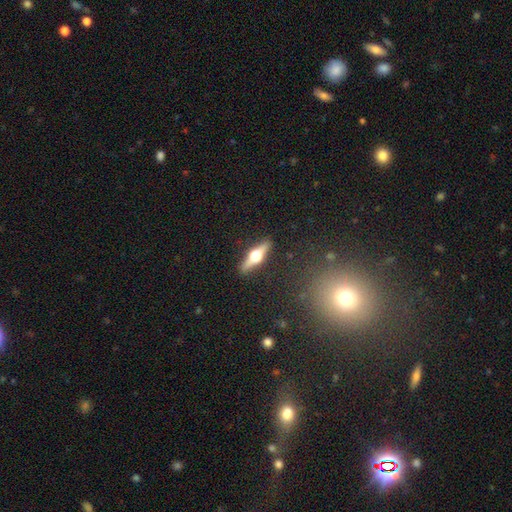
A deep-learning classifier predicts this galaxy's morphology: Smooth or featured?
  - featured or disk: 68% *
  - smooth: 26%
  - star or artifact: 6%
Edge-on disk?
  - yes: 96% *
  - no: 4%
Edge-on bulge?
  - rounded: 96% *
  - boxy: 2%
  - none: 1%
Merging?
  - none: 90% *
  - minor disturbance: 7%
  - major disturbance: 2%
  - merger: 1%